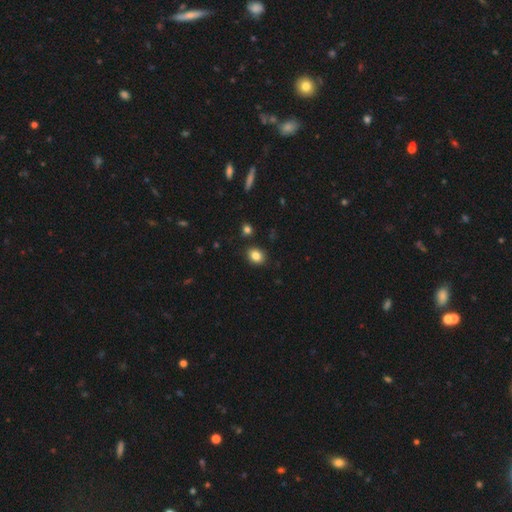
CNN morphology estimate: A smooth galaxy with no disk features (84%) that is in between round and cigar-shaped (55%). Merging: none (87%).